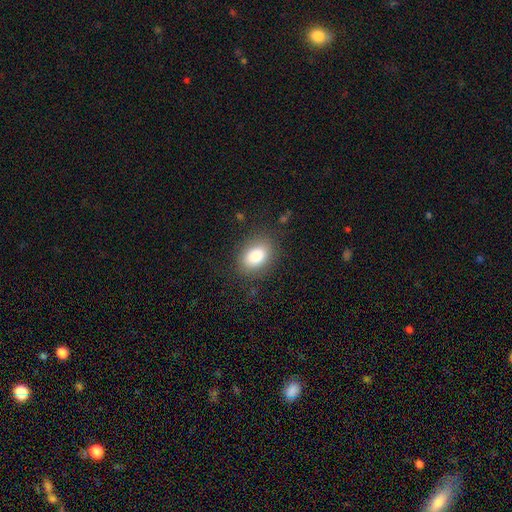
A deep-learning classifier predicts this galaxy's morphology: Smooth or featured: smooth — 83% (featured or disk — 9%)
How rounded: in between — 77% (round — 22%)
Merging: none — 82% (minor disturbance — 12%)